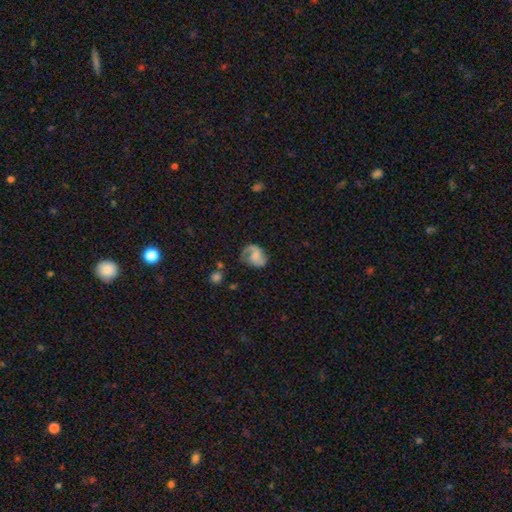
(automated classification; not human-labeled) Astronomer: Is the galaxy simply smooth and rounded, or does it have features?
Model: featured or disk — 67%.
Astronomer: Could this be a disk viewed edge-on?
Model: no — 98%.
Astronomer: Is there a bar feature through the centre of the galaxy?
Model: no — 51% (runner-up: weak, 39%).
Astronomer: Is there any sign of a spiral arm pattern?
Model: yes — 91%.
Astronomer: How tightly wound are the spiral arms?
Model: medium — 45% (runner-up: loose, 36%).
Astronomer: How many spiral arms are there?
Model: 2 — 71%.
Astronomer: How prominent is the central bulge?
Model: small — 40% (runner-up: moderate, 28%).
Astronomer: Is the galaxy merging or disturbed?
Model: none — 55%.